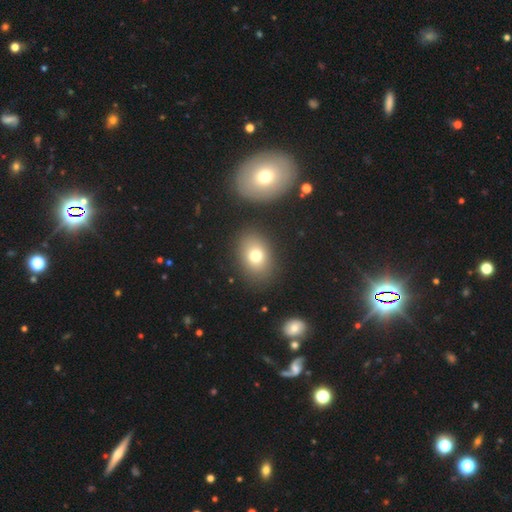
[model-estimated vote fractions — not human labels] Smooth or featured? Predicted: smooth (p=0.76). How rounded? Predicted: in between (p=0.69). Merging? Predicted: none (p=0.83).